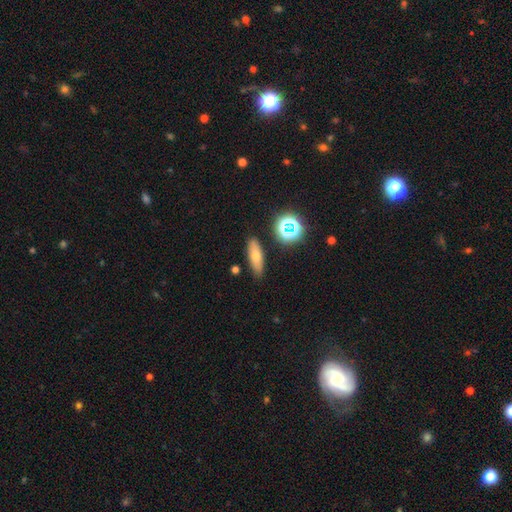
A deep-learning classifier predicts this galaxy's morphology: smooth_or_featured: smooth (p=0.59) [alt: featured or disk p=0.25]
how_rounded: in between (p=0.49) [alt: cigar-shaped p=0.43]
merging: none (p=0.87) [alt: minor disturbance p=0.09]